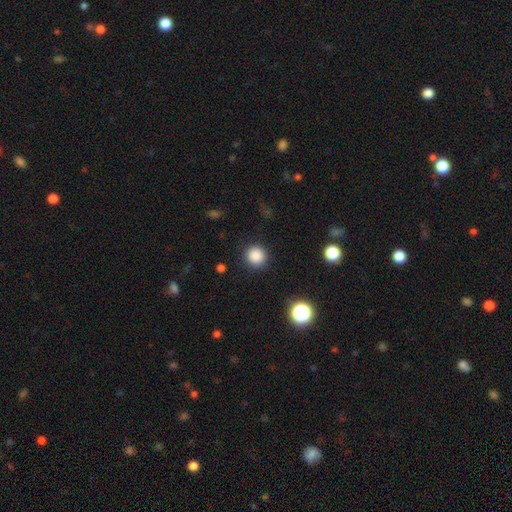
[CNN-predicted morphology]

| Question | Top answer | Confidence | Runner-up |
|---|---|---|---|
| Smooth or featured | smooth | 86% | star or artifact (11%) |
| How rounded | round | 93% | in between (6%) |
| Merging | none | 90% | minor disturbance (6%) |